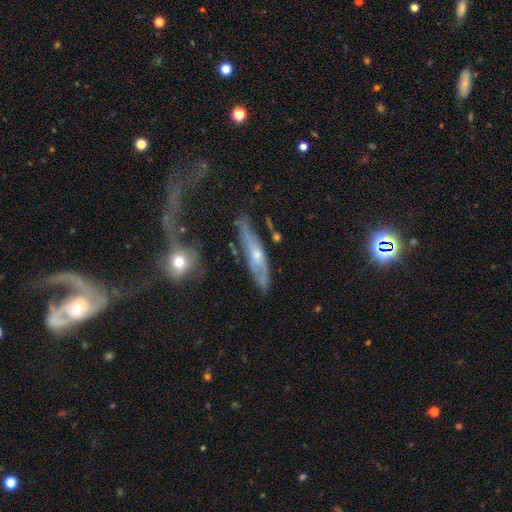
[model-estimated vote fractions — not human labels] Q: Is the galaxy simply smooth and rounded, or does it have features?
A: featured or disk — 66%.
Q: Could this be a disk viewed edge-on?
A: no — 52%.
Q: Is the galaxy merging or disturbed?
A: none — 57%.